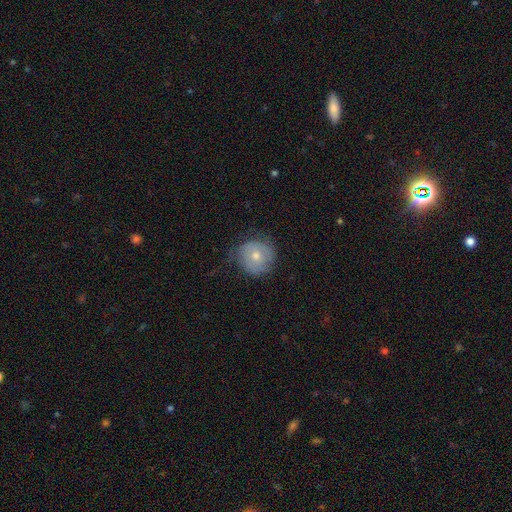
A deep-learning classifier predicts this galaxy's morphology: Smooth or featured? Predicted: smooth (p=0.57). How rounded? Predicted: round (p=0.90). Merging? Predicted: none (p=0.60).